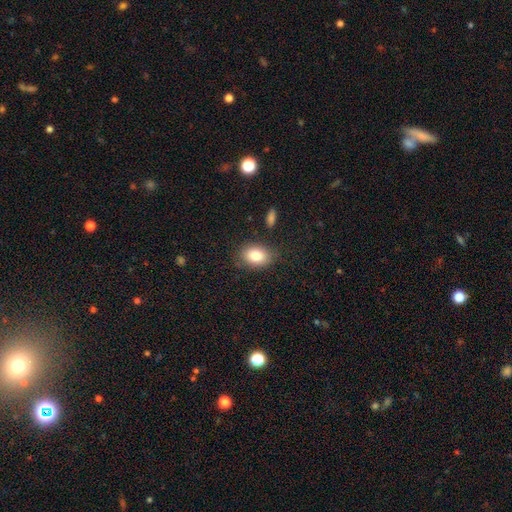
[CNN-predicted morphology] Overall: smooth (82%). How rounded: in between (75%). Merging: none (81%).